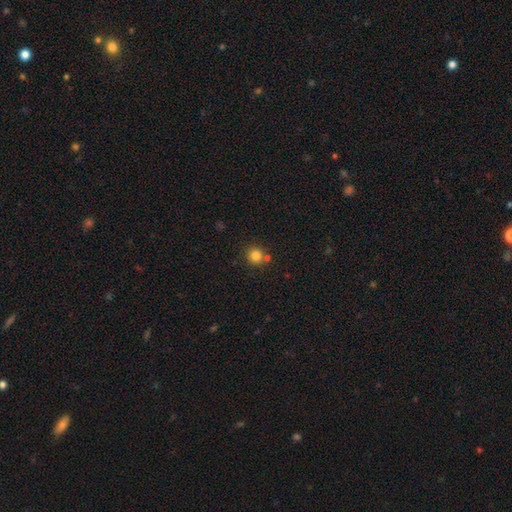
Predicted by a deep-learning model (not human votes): Smooth or featured: smooth — 82% (star or artifact — 12%)
How rounded: round — 92% (in between — 7%)
Merging: none — 75% (merger — 14%)